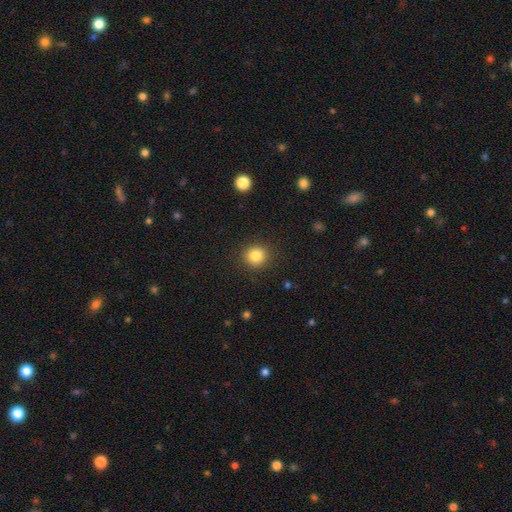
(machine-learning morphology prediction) This is clearly a smooth galaxy (84%). How rounded: clearly round (90%). Merging: clearly none (90%).